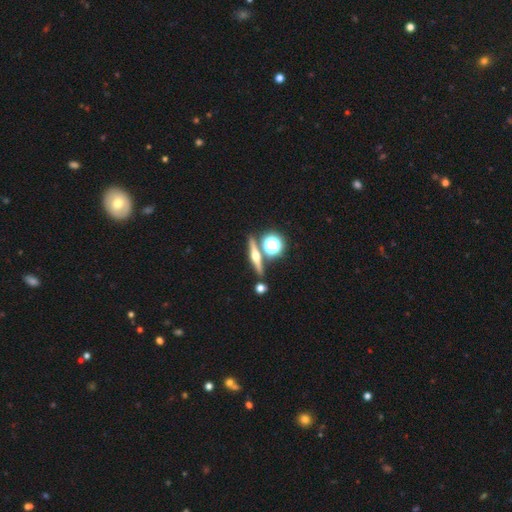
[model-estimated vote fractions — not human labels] A featured or disk galaxy (65%) viewed edge-on (94%) with a rounded central bulge (94%).

Vote fractions:
- Smooth or featured? featured or disk: 65% / smooth: 22% / star or artifact: 13%
- Edge-on disk? yes: 94% / no: 6%
- Edge-on bulge? rounded: 94% / boxy: 3% / none: 3%
- Merging? none: 81% / merger: 9% / minor disturbance: 7% / major disturbance: 3%